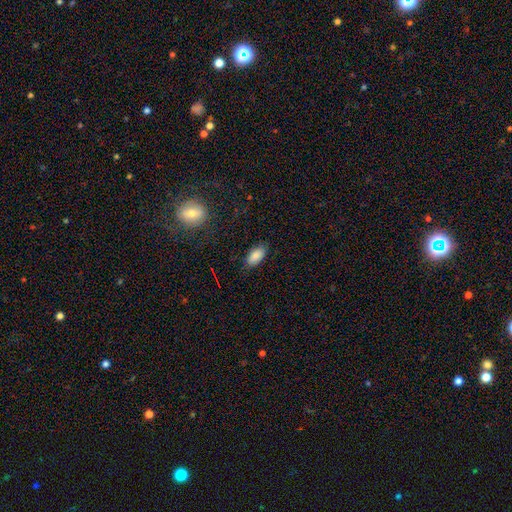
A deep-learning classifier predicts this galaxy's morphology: A smooth galaxy with no disk features (83%) that is in between round and cigar-shaped (92%).

Vote fractions:
- Smooth or featured? smooth: 83% / star or artifact: 9% / featured or disk: 9%
- How rounded? in between: 92% / cigar-shaped: 5% / round: 3%
- Merging? none: 81% / minor disturbance: 15% / major disturbance: 3% / merger: 1%